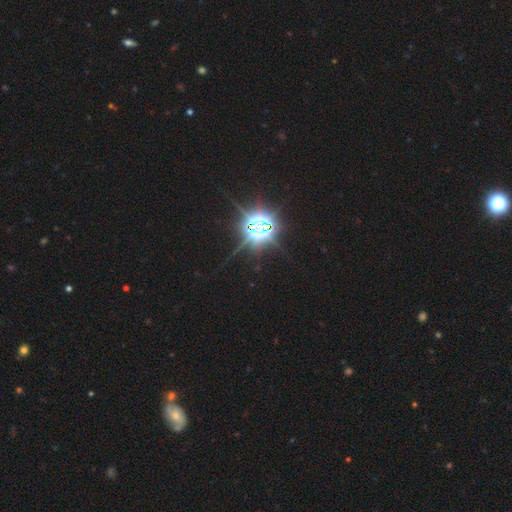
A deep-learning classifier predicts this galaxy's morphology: Smooth or featured?
  - star or artifact: 86% *
  - smooth: 8%
  - featured or disk: 6%